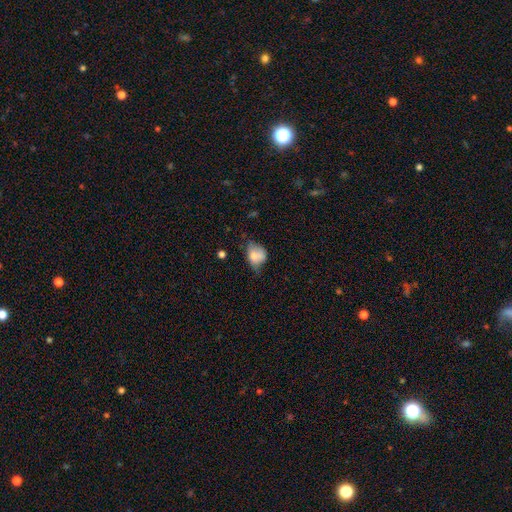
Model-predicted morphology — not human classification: smooth-or-featured: smooth: 71% | featured or disk: 20% | star or artifact: 10%
  how-rounded: in between: 64% | round: 34% | cigar-shaped: 1%
  merging: minor disturbance: 38% | none: 33% | major disturbance: 17% | merger: 11%